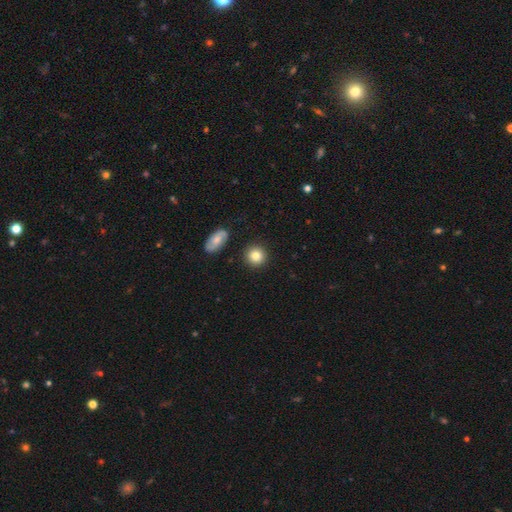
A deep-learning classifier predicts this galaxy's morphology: Smooth or featured: smooth — 82% (featured or disk — 9%)
How rounded: round — 90% (in between — 9%)
Merging: none — 89% (minor disturbance — 7%)